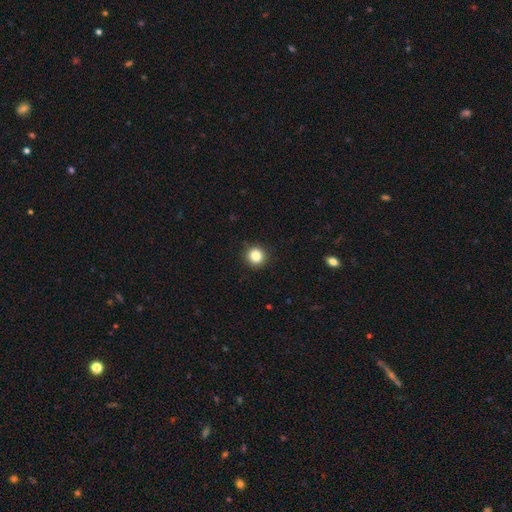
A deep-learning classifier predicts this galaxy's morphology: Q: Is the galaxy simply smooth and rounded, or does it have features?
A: smooth — 86%.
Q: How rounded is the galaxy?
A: round — 92%.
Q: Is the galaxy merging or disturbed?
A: none — 90%.